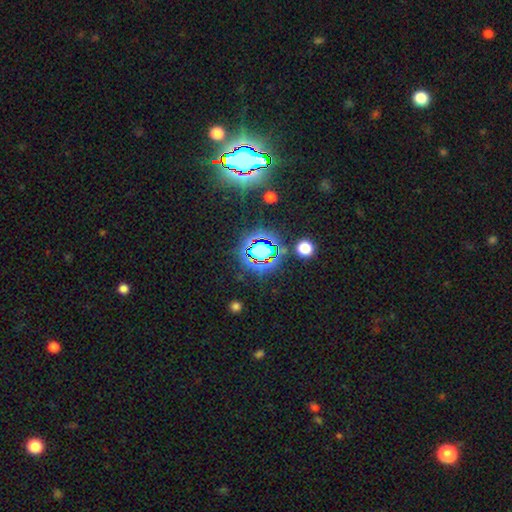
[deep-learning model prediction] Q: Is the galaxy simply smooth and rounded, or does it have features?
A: star or artifact — 71%.